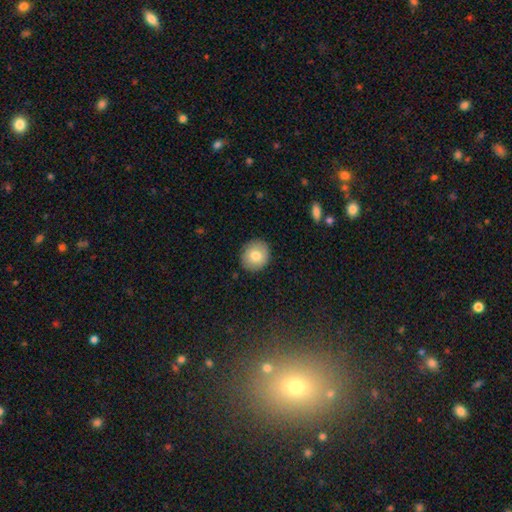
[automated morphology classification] smooth-or-featured: smooth: 79% | featured or disk: 13% | star or artifact: 8%
  how-rounded: round: 82% | in between: 17% | cigar-shaped: 1%
  merging: none: 89% | minor disturbance: 8% | major disturbance: 2% | merger: 1%